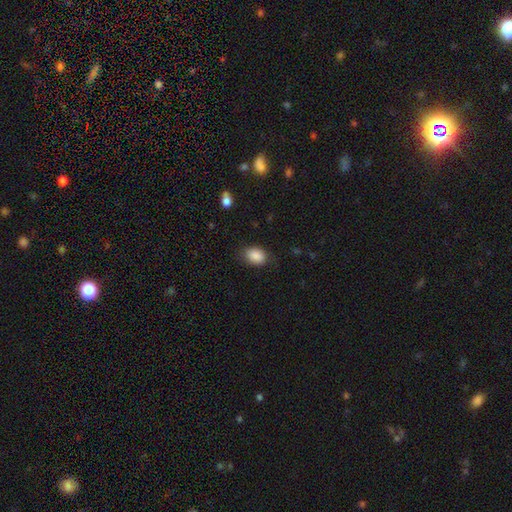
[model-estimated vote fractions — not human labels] Q: Smooth or featured?
A: smooth (88%); runner-up: star or artifact (8%)
Q: How rounded?
A: in between (79%); runner-up: round (20%)
Q: Merging?
A: none (78%); runner-up: minor disturbance (17%)